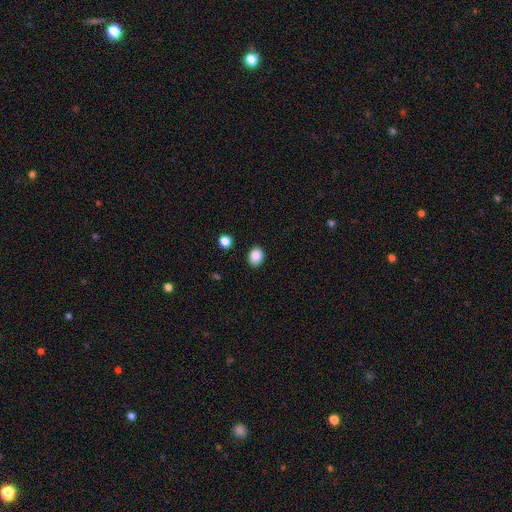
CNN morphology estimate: Smooth or featured? Predicted: smooth (p=0.87). How rounded? Predicted: in between (p=0.54). Merging? Predicted: none (p=0.88).